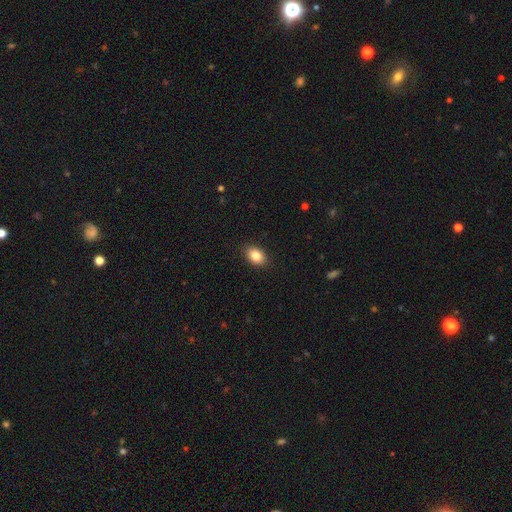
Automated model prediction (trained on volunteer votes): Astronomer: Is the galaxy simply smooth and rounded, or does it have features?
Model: smooth — 85%.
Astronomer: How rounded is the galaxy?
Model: in between — 78%.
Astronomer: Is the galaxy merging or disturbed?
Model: none — 88%.